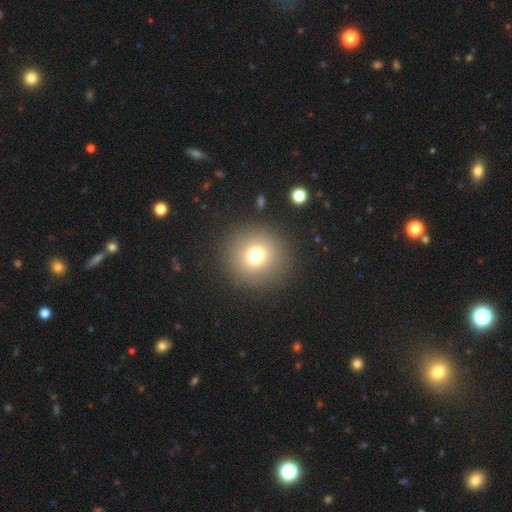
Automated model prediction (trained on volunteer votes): A smooth galaxy with no disk features (73%) that is round (95%).

Vote fractions:
- Smooth or featured? smooth: 73% / star or artifact: 16% / featured or disk: 11%
- How rounded? round: 95% / in between: 4% / cigar-shaped: 1%
- Merging? none: 89% / minor disturbance: 6% / major disturbance: 4% / merger: 2%